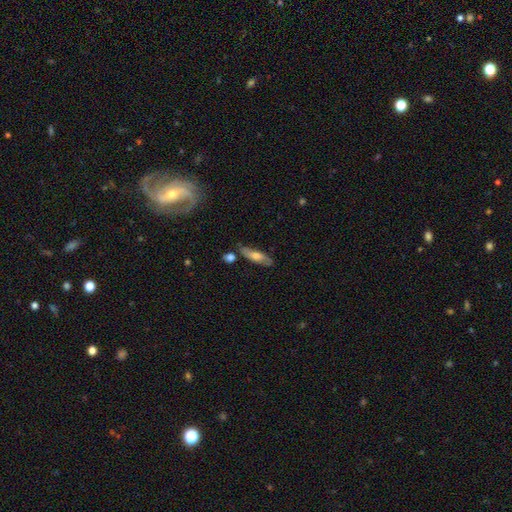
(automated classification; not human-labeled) This is possibly a smooth galaxy (48%). Merging: likely none (71%).